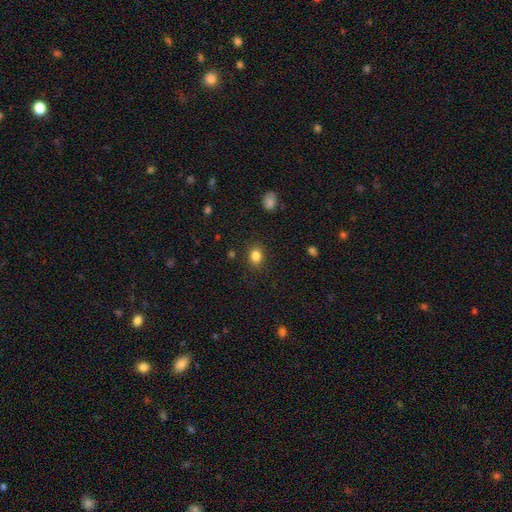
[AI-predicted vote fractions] smooth 84%, star or artifact 11%, featured or disk 5%. Down the decision tree: how rounded — round (53%); merging — none (87%).